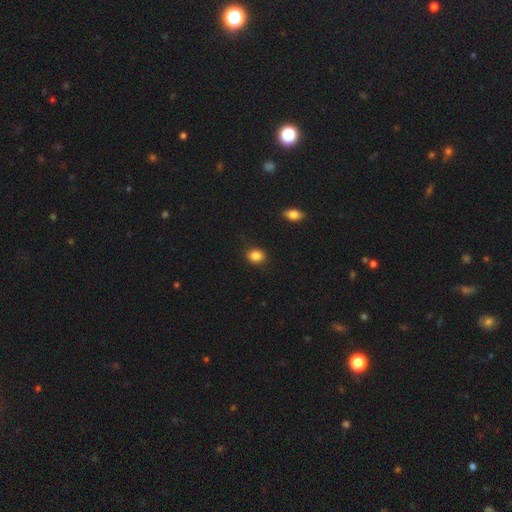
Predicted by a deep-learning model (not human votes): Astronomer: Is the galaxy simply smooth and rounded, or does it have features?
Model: smooth — 86%.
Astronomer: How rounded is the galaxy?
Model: round — 56% (runner-up: in between, 43%).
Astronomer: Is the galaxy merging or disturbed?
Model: none — 85%.